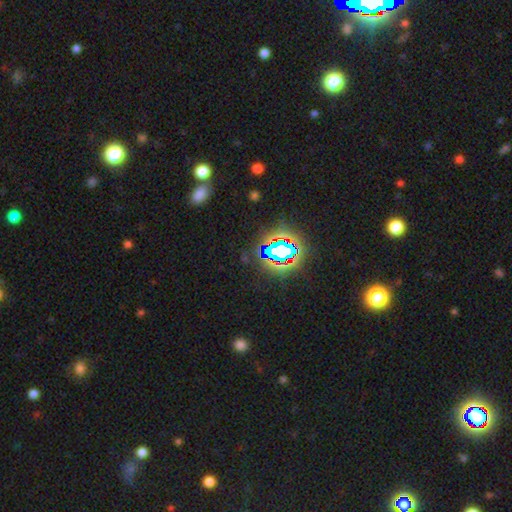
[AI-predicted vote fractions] Morphology: type=star or artifact (78%).